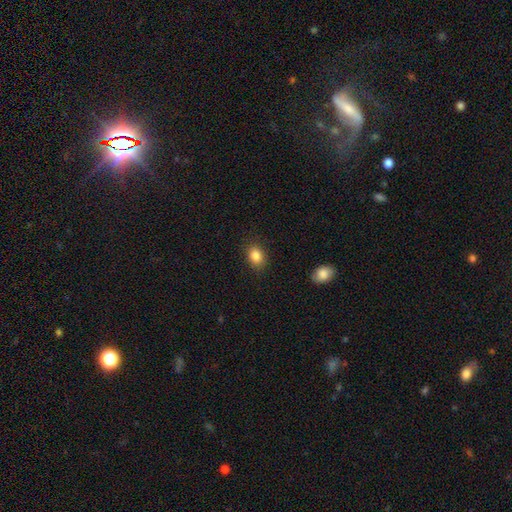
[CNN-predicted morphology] Q: Smooth or featured?
A: smooth (85%); runner-up: star or artifact (9%)
Q: How rounded?
A: in between (64%); runner-up: round (35%)
Q: Merging?
A: none (86%); runner-up: minor disturbance (10%)